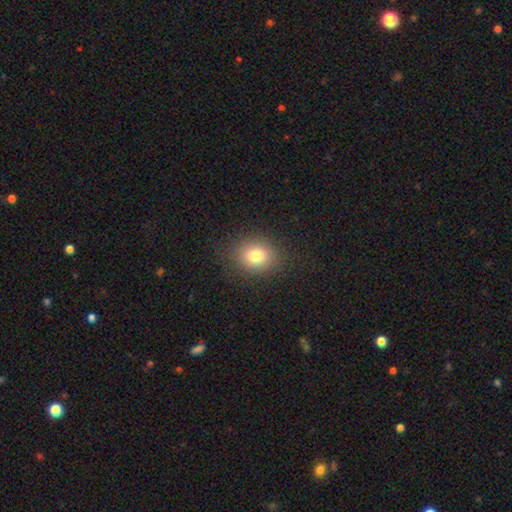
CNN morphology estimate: A smooth galaxy with no disk features (79%) that is round (63%). Merging: none (86%).